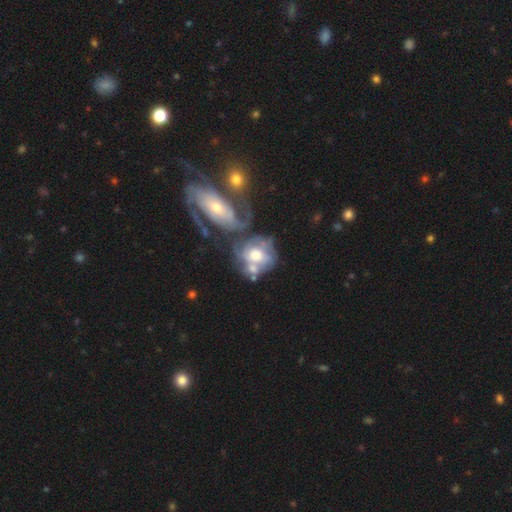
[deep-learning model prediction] Morphology: type=featured or disk (63%); edge-on=no (96%); bar=no (74%); spiral arms=yes (56%); bulge=moderate (52%); merging=merger (49%).